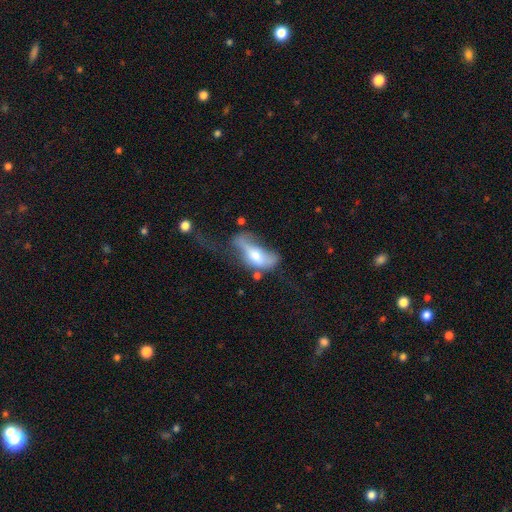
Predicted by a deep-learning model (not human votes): Smooth or featured: smooth — 50% (featured or disk — 41%)
How rounded: in between — 74% (cigar-shaped — 22%)
Merging: major disturbance — 50% (minor disturbance — 19%)